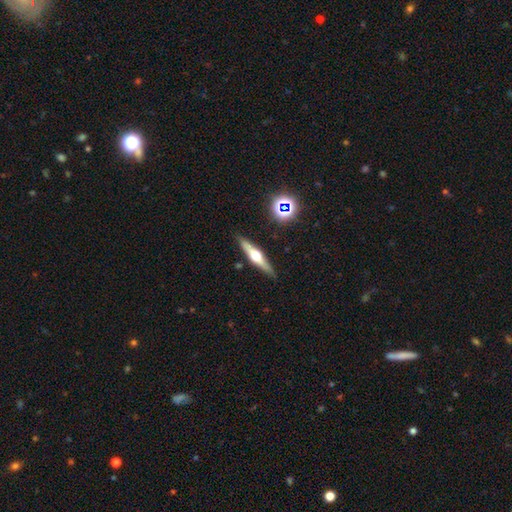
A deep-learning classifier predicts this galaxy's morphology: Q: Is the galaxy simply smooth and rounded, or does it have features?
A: featured or disk — 69%.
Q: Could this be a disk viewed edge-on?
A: yes — 96%.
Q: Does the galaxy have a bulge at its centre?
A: rounded — 94%.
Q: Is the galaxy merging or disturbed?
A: none — 89%.